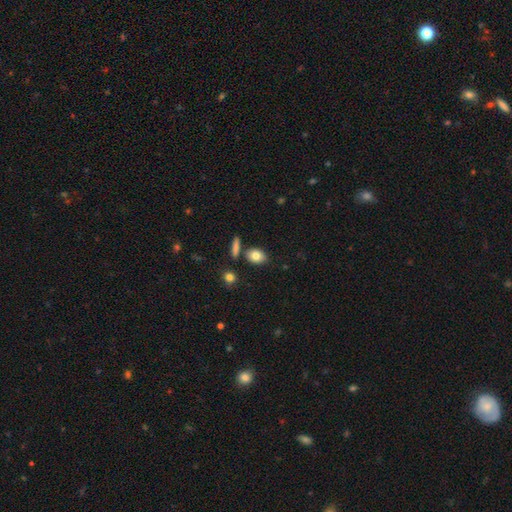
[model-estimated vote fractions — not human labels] Smooth or featured? Predicted: smooth (p=0.81). How rounded? Predicted: in between (p=0.71). Merging? Predicted: none (p=0.77).